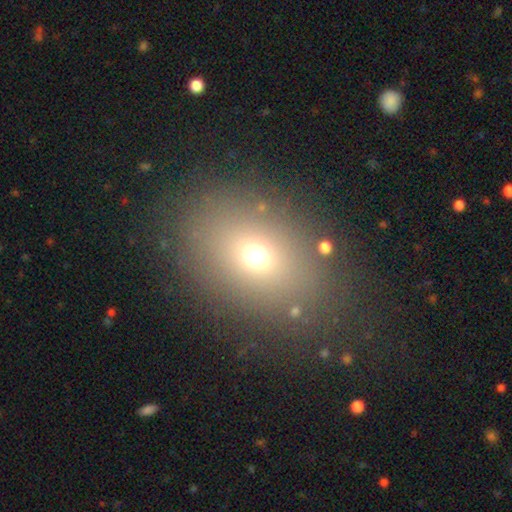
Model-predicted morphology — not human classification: type=smooth (68%); roundness=in between (63%); merging=none (81%).